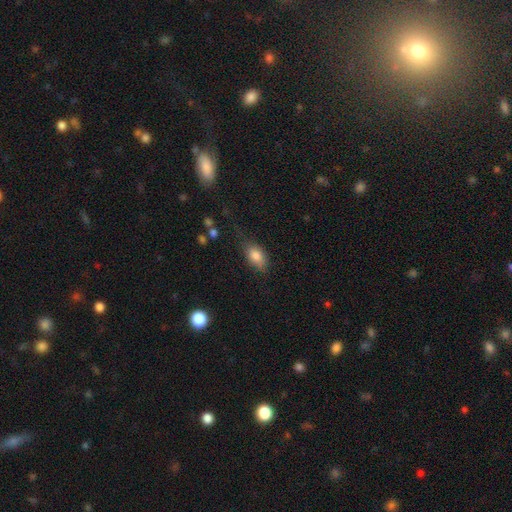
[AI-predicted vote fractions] smooth 83%, featured or disk 9%, star or artifact 8%. Down the decision tree: how rounded — in between (87%); merging — none (61%).